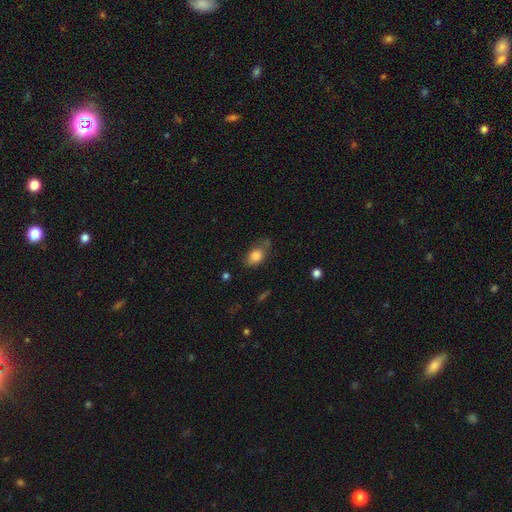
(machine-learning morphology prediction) Smooth or featured?
  - smooth: 81% *
  - featured or disk: 10%
  - star or artifact: 8%
How rounded?
  - in between: 83% *
  - round: 15%
  - cigar-shaped: 2%
Merging?
  - none: 54% *
  - minor disturbance: 31%
  - major disturbance: 11%
  - merger: 4%